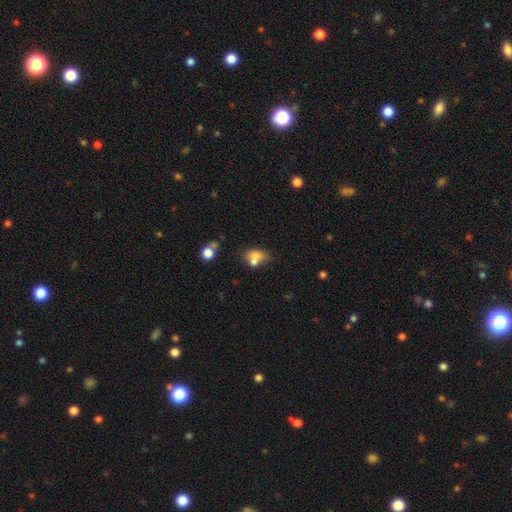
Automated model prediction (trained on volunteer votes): Morphology: type=smooth (69%); roundness=in between (67%); merging=merger (47%).